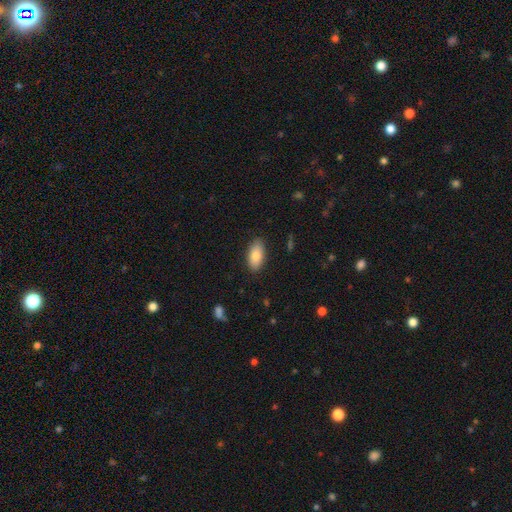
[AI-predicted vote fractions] Q: Smooth or featured?
A: smooth (81%); runner-up: featured or disk (12%)
Q: How rounded?
A: in between (89%); runner-up: cigar-shaped (8%)
Q: Merging?
A: none (87%); runner-up: minor disturbance (10%)